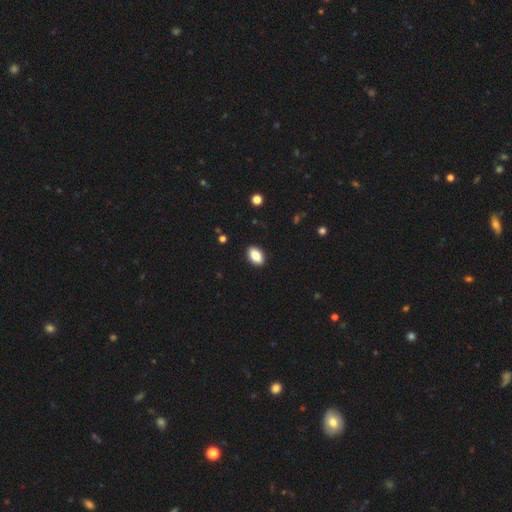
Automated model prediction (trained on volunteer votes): Smooth or featured: smooth — 85% (star or artifact — 8%)
How rounded: in between — 91% (round — 7%)
Merging: none — 90% (minor disturbance — 7%)